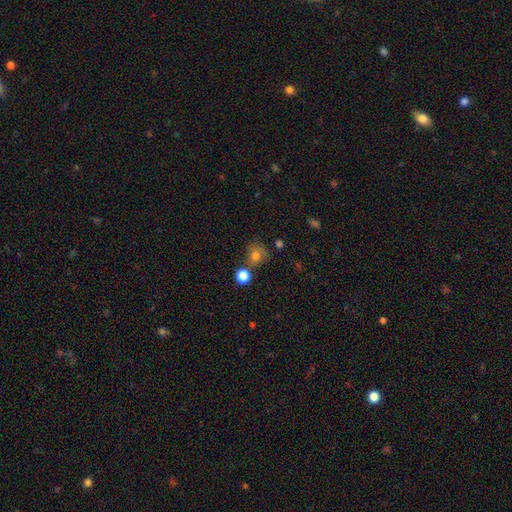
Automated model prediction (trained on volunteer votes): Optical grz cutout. It shows a smooth galaxy with no disk features (76%) that is round (80%). Merging: none (60%).